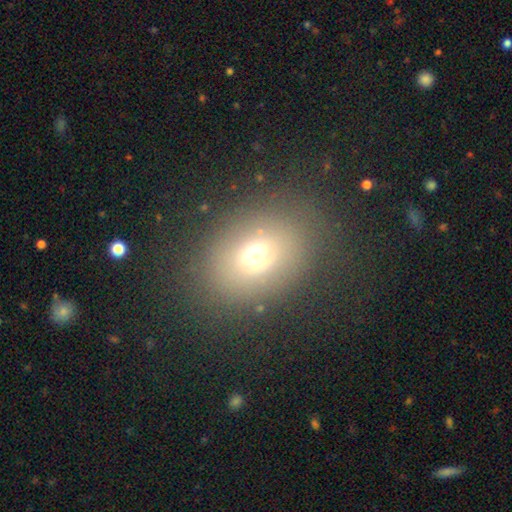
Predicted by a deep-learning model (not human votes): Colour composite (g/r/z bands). It shows a smooth galaxy with no disk features (66%) that is in between round and cigar-shaped (58%). Merging: none (78%).